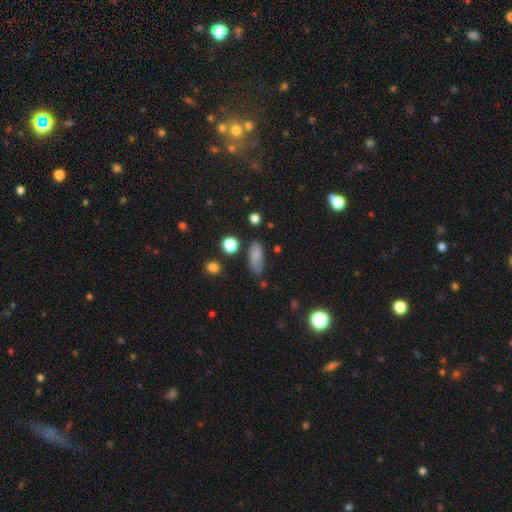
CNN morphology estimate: Smooth or featured? smooth (80%)
How rounded? in between (77%)
Merging? none (66%)